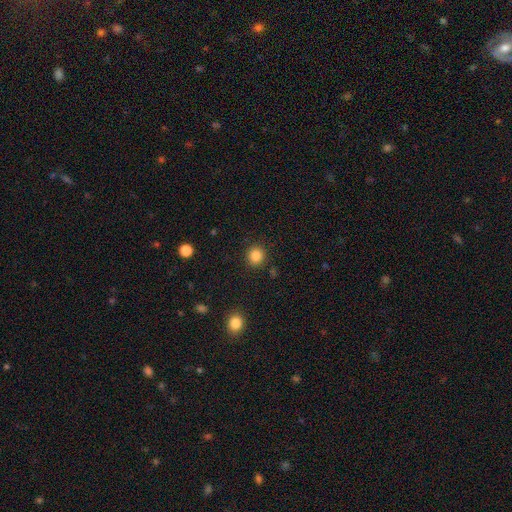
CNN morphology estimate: Smooth or featured?
  - smooth: 85% *
  - star or artifact: 11%
  - featured or disk: 4%
How rounded?
  - round: 88% *
  - in between: 11%
  - cigar-shaped: 1%
Merging?
  - none: 89% *
  - minor disturbance: 6%
  - major disturbance: 3%
  - merger: 2%